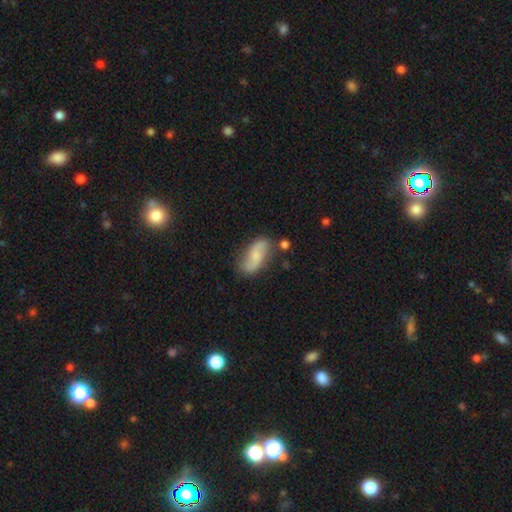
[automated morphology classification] Smooth or featured: featured or disk — 60% (smooth — 33%)
Edge-on disk: no — 94% (yes — 6%)
Bar: no — 56% (weak — 35%)
Spiral arms: yes — 91% (no — 9%)
Spiral winding: loose — 64% (medium — 27%)
Spiral arm count: 2 — 90% (can't tell — 5%)
Bulge size: small — 47% (moderate — 30%)
Merging: none — 74% (minor disturbance — 17%)